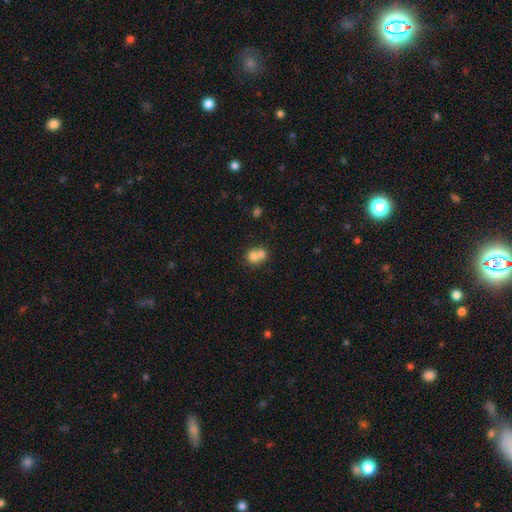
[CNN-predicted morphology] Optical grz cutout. It shows a smooth galaxy with no disk features (72%) that is round (72%). Merging: merger (65%).